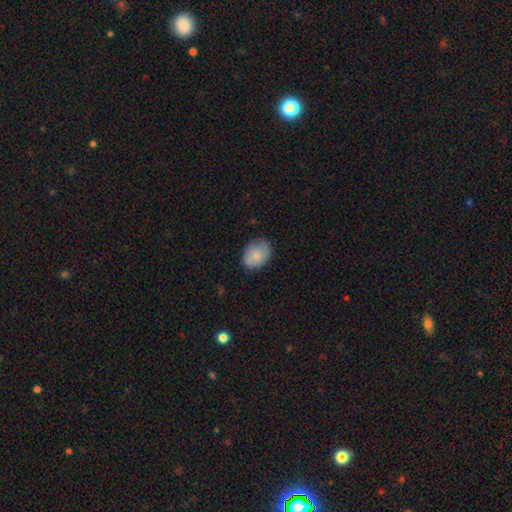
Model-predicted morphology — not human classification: A smooth galaxy with no disk features (83%) that is in between round and cigar-shaped (68%).

Vote fractions:
- Smooth or featured? smooth: 83% / featured or disk: 10% / star or artifact: 7%
- How rounded? in between: 68% / round: 31% / cigar-shaped: 1%
- Merging? none: 79% / minor disturbance: 17% / major disturbance: 3% / merger: 1%